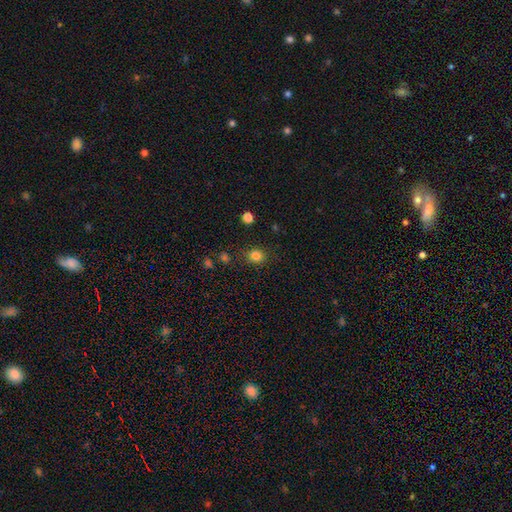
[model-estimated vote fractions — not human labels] This is clearly a smooth galaxy (82%). How rounded: likely round (77%). Merging: clearly none (85%).